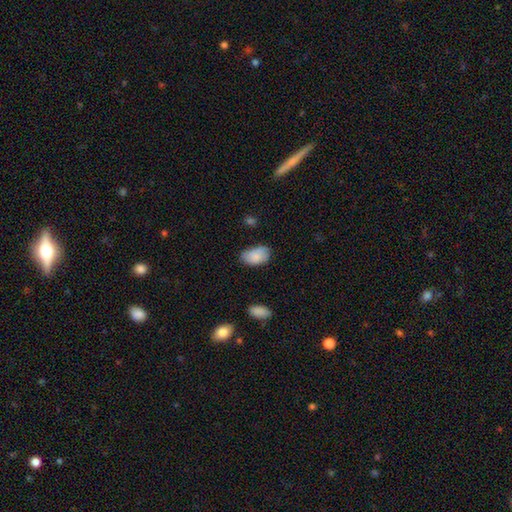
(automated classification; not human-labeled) This appears to be a smooth galaxy with no disk features (84%) that is in between round and cigar-shaped (92%). Merging: none (65%).